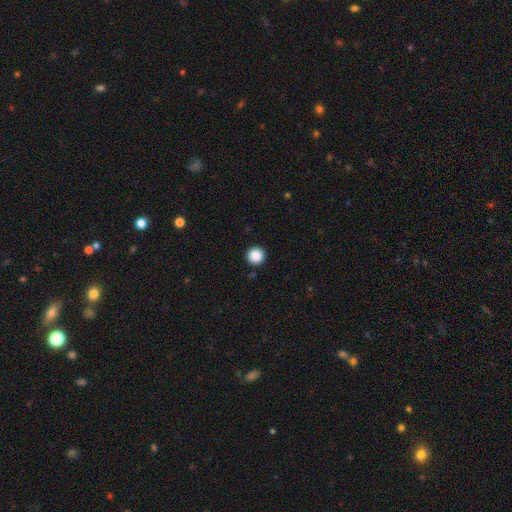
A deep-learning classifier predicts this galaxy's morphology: smooth-or-featured: smooth: 87% | star or artifact: 9% | featured or disk: 3%
  how-rounded: round: 96% | in between: 3% | cigar-shaped: 1%
  merging: none: 93% | minor disturbance: 4% | major disturbance: 2% | merger: 1%